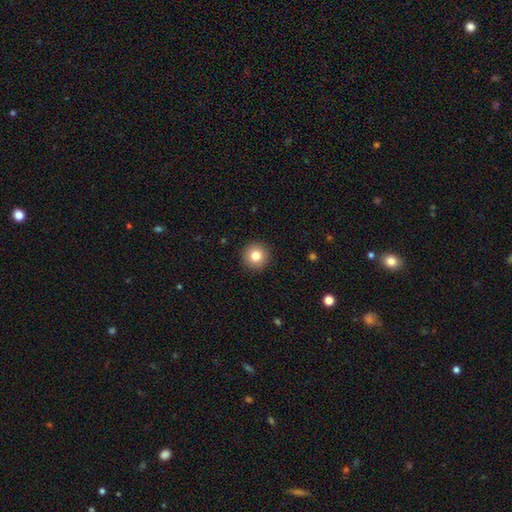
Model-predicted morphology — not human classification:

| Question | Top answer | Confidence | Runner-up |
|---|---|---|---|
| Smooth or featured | smooth | 81% | star or artifact (10%) |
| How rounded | round | 96% | in between (3%) |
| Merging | none | 93% | minor disturbance (5%) |